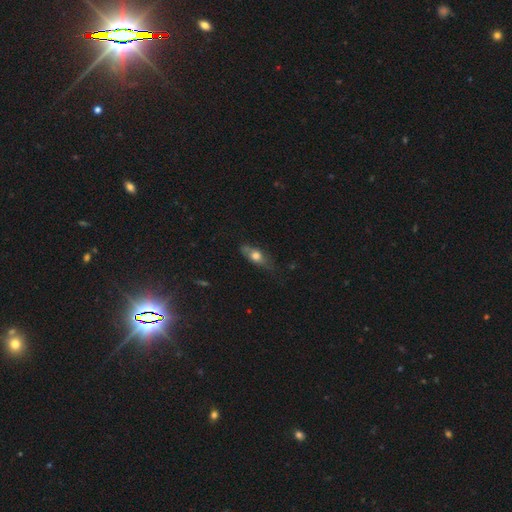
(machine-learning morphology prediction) Smooth or featured? smooth (59%)
How rounded? in between (70%)
Merging? none (64%)